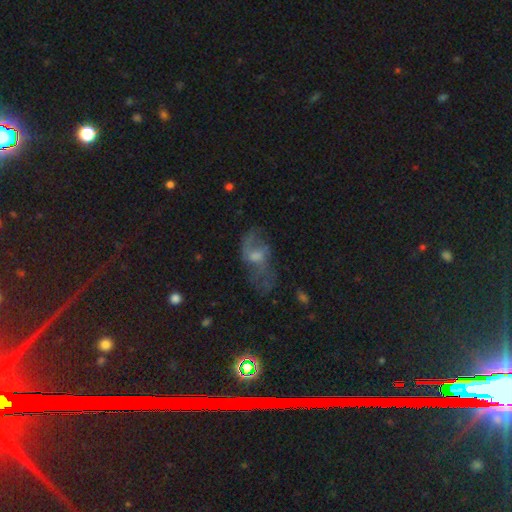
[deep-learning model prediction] Q: Smooth or featured?
A: featured or disk (60%); runner-up: smooth (26%)
Q: Edge-on disk?
A: no (93%); runner-up: yes (7%)
Q: Bar?
A: no (57%); runner-up: weak (37%)
Q: Spiral arms?
A: yes (61%); runner-up: no (39%)
Q: Bulge size?
A: moderate (49%); runner-up: small (32%)
Q: Merging?
A: none (48%); runner-up: major disturbance (26%)